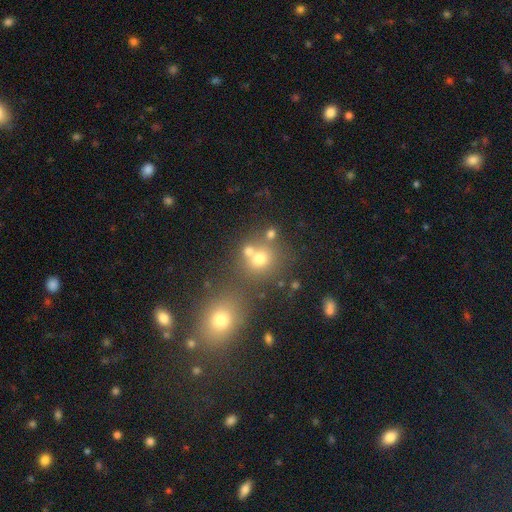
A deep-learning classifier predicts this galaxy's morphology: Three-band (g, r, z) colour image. It shows a smooth galaxy with no disk features (66%) that is round (81%). Merging: none (57%).